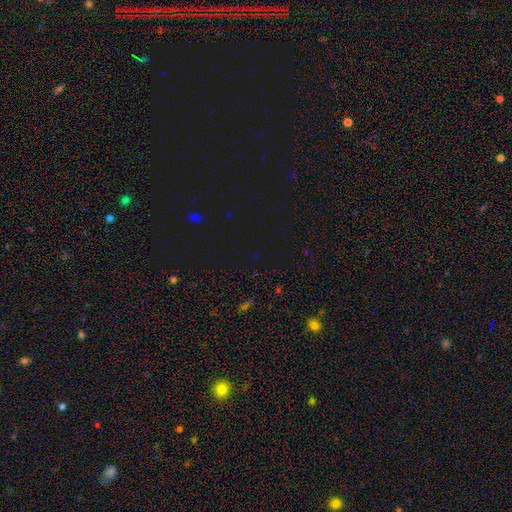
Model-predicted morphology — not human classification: Smooth or featured: star or artifact — 73% (smooth — 20%)